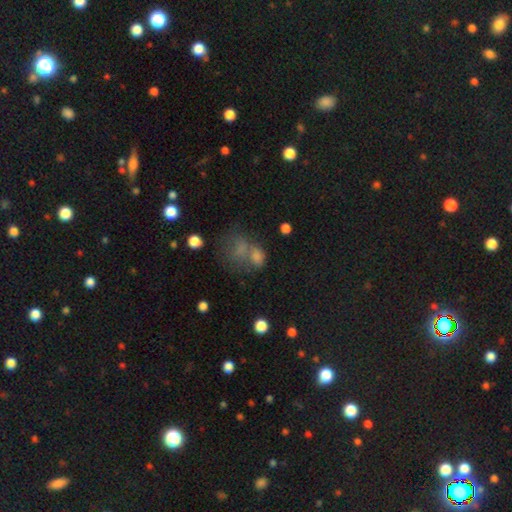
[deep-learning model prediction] Q: Smooth or featured?
A: smooth (61%); runner-up: star or artifact (22%)
Q: How rounded?
A: in between (58%); runner-up: round (40%)
Q: Merging?
A: merger (42%); runner-up: none (30%)